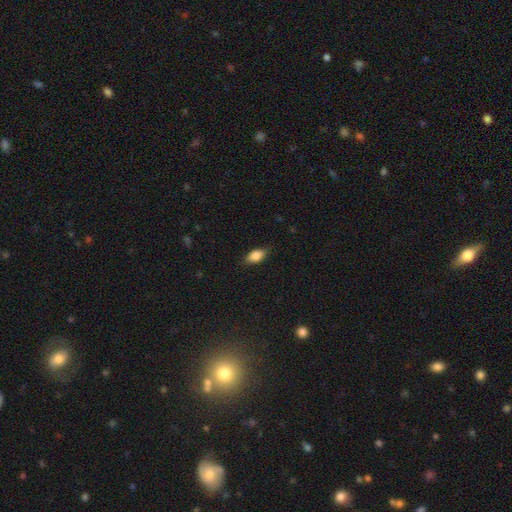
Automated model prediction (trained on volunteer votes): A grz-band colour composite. It shows a smooth galaxy with no disk features (80%) that is in between round and cigar-shaped (87%). Merging: none (80%).